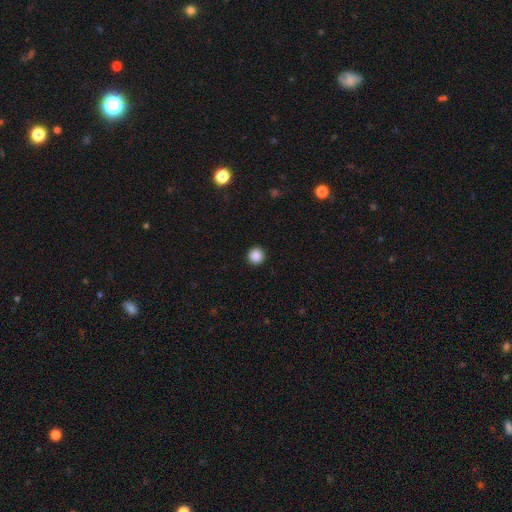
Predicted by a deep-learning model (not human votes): Smooth or featured? Predicted: smooth (p=0.88). How rounded? Predicted: round (p=0.95). Merging? Predicted: none (p=0.93).